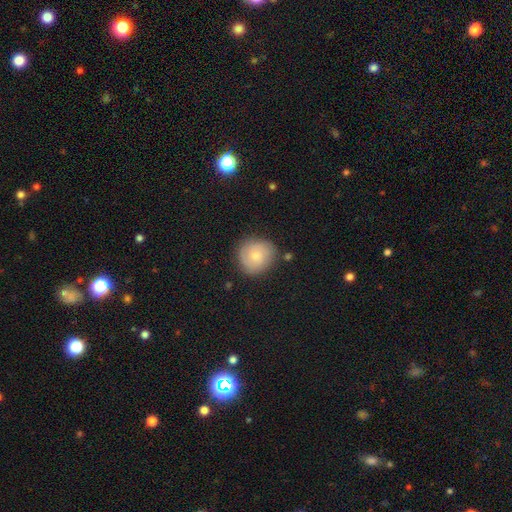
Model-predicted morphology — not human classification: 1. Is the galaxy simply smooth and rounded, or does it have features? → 53% smooth, 40% featured or disk, 7% star or artifact.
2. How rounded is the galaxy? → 89% round, 10% in between, 1% cigar-shaped.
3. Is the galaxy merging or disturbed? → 80% none, 14% minor disturbance, 4% major disturbance, 2% merger.